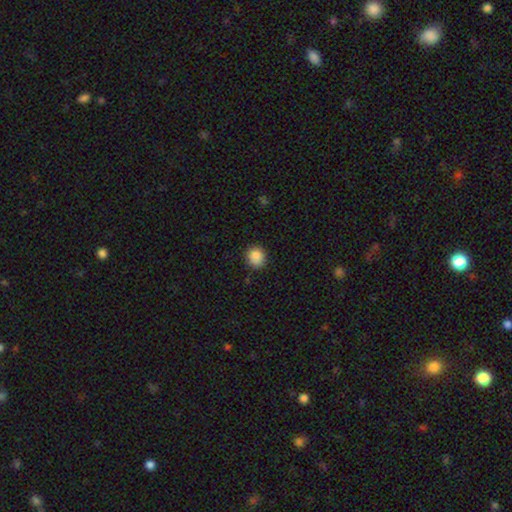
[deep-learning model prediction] Smooth or featured?
  - smooth: 87% *
  - star or artifact: 9%
  - featured or disk: 4%
How rounded?
  - round: 84% *
  - in between: 15%
  - cigar-shaped: 1%
Merging?
  - none: 84% *
  - minor disturbance: 12%
  - major disturbance: 2%
  - merger: 1%